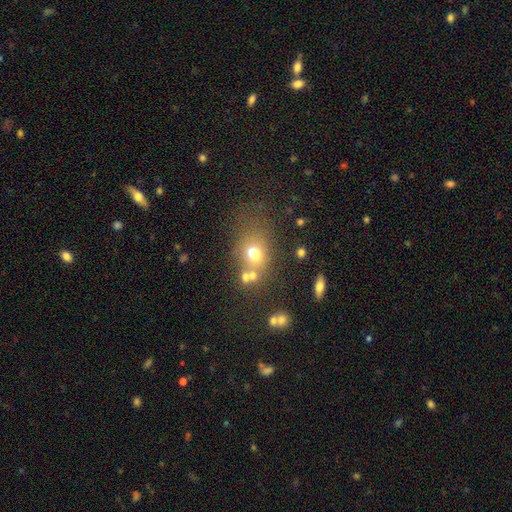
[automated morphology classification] Overall: smooth (63%). How rounded: in between (52%; round 46%). Merging: none (48%; merger 27%).